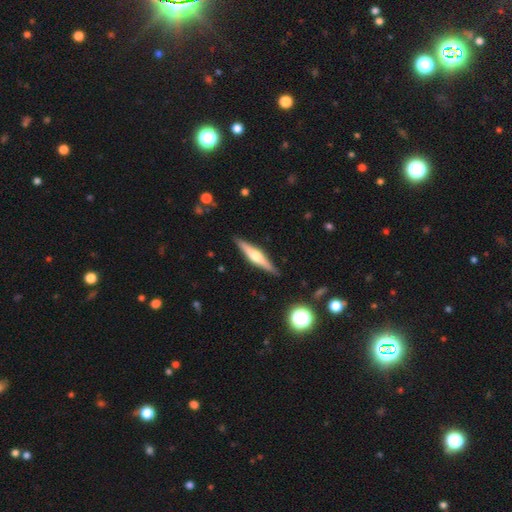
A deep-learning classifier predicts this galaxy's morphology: smooth_or_featured: featured or disk (p=0.67) [alt: smooth p=0.27]
disk_edge_on: yes (p=0.97) [alt: no p=0.03]
edge_on_bulge: rounded (p=0.90) [alt: boxy p=0.06]
merging: none (p=0.90) [alt: minor disturbance p=0.08]